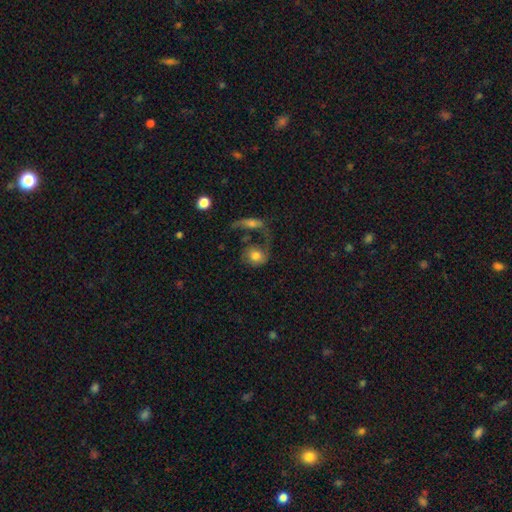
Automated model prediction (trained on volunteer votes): Smooth or featured: smooth — 58% (featured or disk — 34%)
How rounded: round — 59% (in between — 39%)
Merging: merger — 34% (major disturbance — 28%)